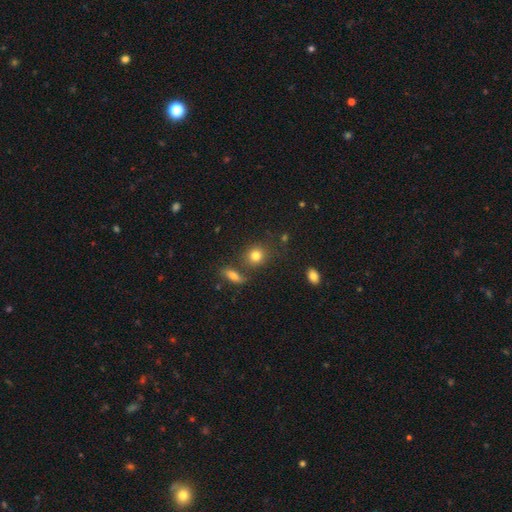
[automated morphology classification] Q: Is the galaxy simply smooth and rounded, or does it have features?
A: smooth — 80%.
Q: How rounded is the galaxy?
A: round — 73%.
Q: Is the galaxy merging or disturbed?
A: none — 70%.